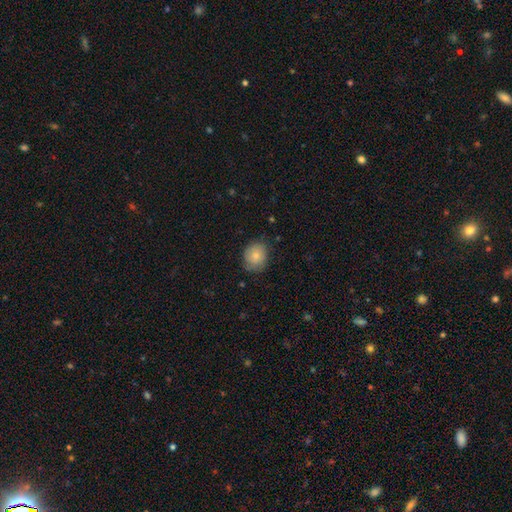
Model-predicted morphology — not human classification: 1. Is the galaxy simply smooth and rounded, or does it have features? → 77% smooth, 15% featured or disk, 8% star or artifact.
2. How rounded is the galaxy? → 70% round, 29% in between, 1% cigar-shaped.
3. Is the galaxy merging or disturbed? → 69% none, 24% minor disturbance, 5% major disturbance, 1% merger.